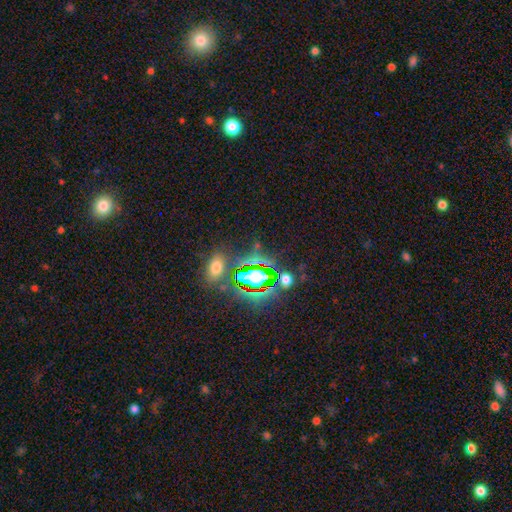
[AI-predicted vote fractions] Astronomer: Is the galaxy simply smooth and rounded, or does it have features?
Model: star or artifact — 73%.